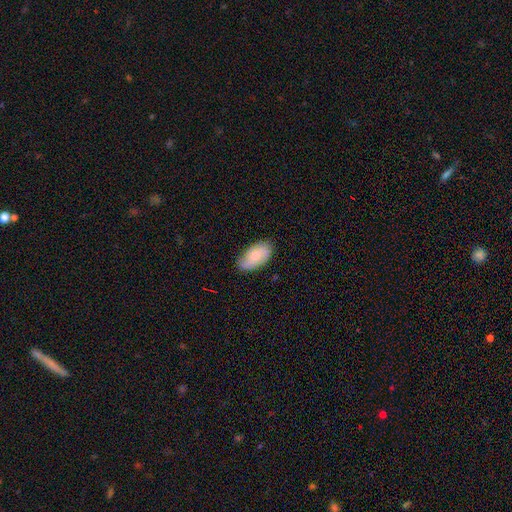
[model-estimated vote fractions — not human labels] Smooth or featured?
  - smooth: 59% *
  - featured or disk: 34%
  - star or artifact: 7%
How rounded?
  - in between: 94% *
  - cigar-shaped: 3%
  - round: 3%
Merging?
  - none: 74% *
  - minor disturbance: 20%
  - major disturbance: 4%
  - merger: 1%